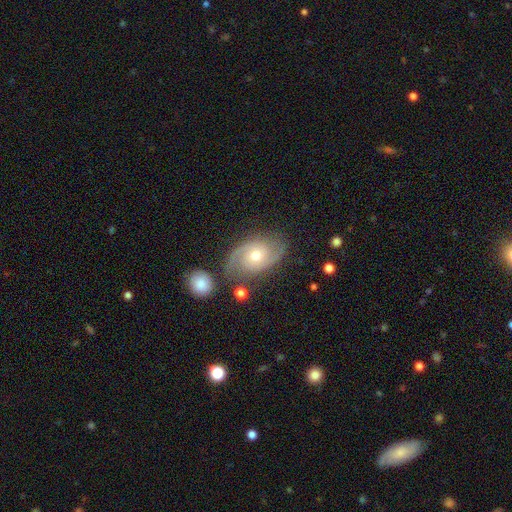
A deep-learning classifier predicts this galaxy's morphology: smooth-or-featured: featured or disk: 81% | smooth: 12% | star or artifact: 7%
  disk-edge-on: no: 97% | yes: 3%
    bar: no: 71% | weak: 24% | strong: 5%
    has-spiral-arms: yes: 94% | no: 6%
      spiral-winding: medium: 49% | tight: 33% | loose: 18%
      spiral-arm-count: 2: 89% | can't tell: 5% | 3: 2% | 1: 2% | 4: 1% | more than 4: 1%
    bulge-size: moderate: 61% | small: 34% | large: 3% | none: 1% | dominant: 1%
  merging: none: 74% | minor disturbance: 15% | major disturbance: 6% | merger: 5%